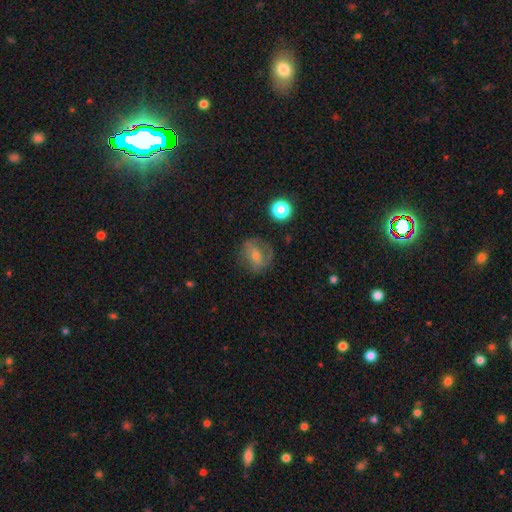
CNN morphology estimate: Smooth or featured? Predicted: featured or disk (p=0.48). Merging? Predicted: none (p=0.68).